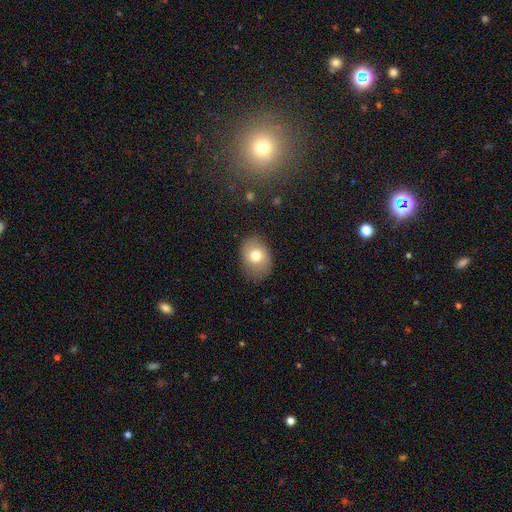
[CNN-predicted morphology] This appears to be a smooth galaxy with no disk features (76%) that is in between round and cigar-shaped (70%). Merging: none (82%).